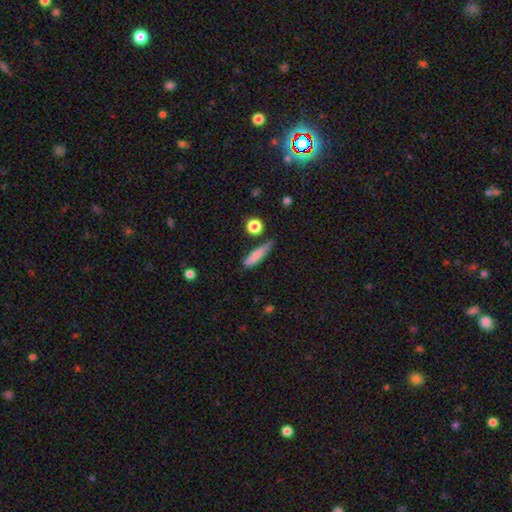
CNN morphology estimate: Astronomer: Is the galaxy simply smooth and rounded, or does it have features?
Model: smooth — 78%.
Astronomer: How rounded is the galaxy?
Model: cigar-shaped — 70%.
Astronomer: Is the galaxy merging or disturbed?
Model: none — 56% (runner-up: minor disturbance, 31%).